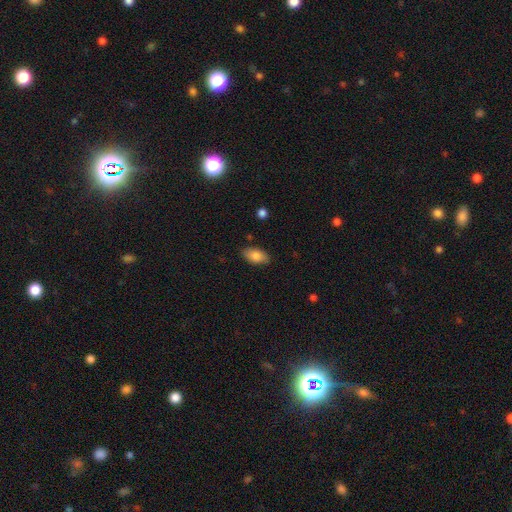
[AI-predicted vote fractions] Smooth or featured: smooth — 82% (featured or disk — 11%)
How rounded: in between — 92% (round — 4%)
Merging: none — 83% (minor disturbance — 13%)